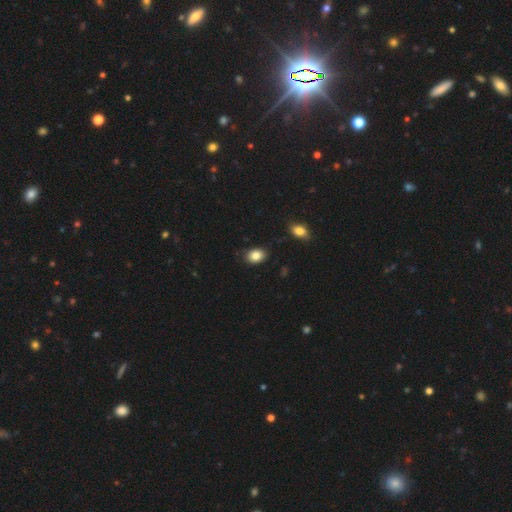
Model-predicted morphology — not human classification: Overall: smooth (86%). How rounded: in between (74%). Merging: none (84%).